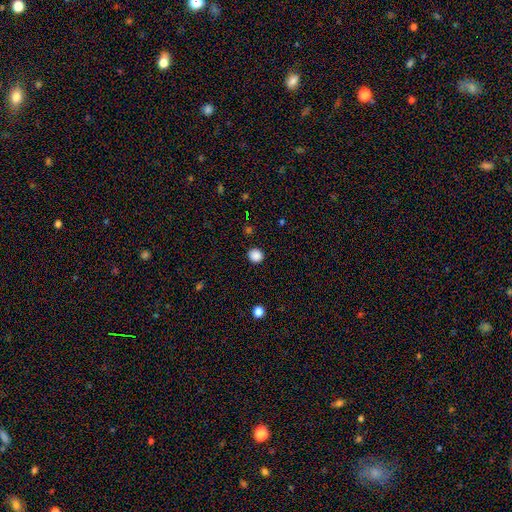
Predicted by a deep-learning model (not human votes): Smooth or featured? smooth (87%)
How rounded? round (89%)
Merging? none (91%)